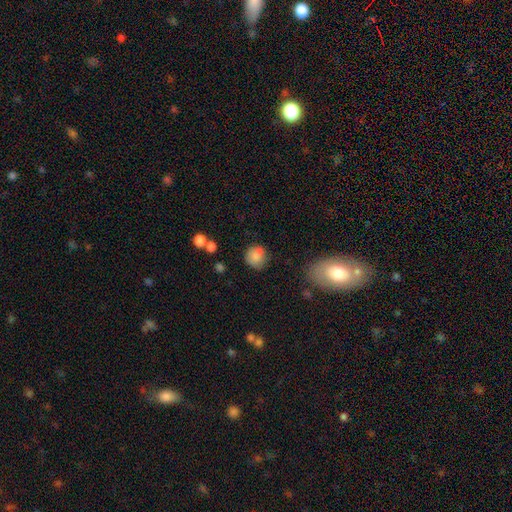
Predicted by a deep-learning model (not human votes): Morphology: type=smooth (84%); roundness=round (85%); merging=none (71%).